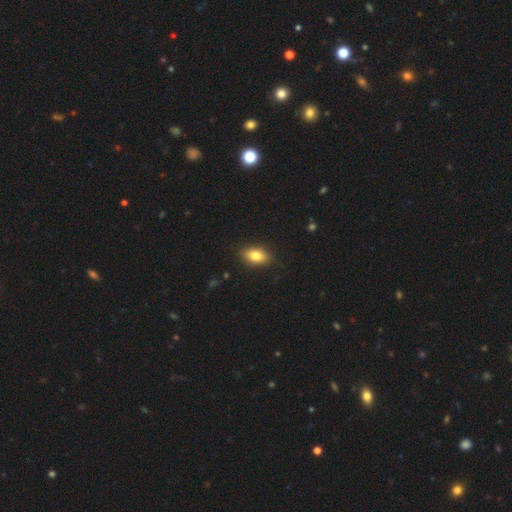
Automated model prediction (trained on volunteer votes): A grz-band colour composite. It shows a smooth galaxy with no disk features (82%) that is in between round and cigar-shaped (88%). Merging: none (87%).